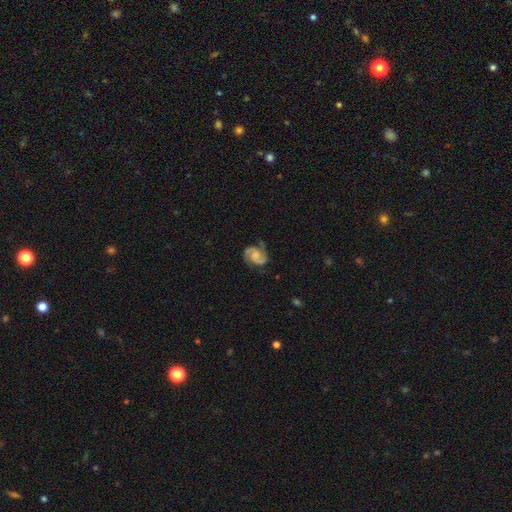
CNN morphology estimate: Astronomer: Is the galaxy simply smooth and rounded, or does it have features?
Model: featured or disk — 88%.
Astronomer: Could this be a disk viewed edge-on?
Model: no — 98%.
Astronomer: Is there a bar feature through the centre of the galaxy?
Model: no — 60%.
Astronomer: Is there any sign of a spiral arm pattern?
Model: yes — 98%.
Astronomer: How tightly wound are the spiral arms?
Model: medium — 54% (runner-up: tight, 33%).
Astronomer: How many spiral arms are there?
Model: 2 — 92%.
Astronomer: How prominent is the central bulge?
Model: moderate — 34% (runner-up: small, 33%).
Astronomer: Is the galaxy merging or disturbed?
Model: none — 78%.